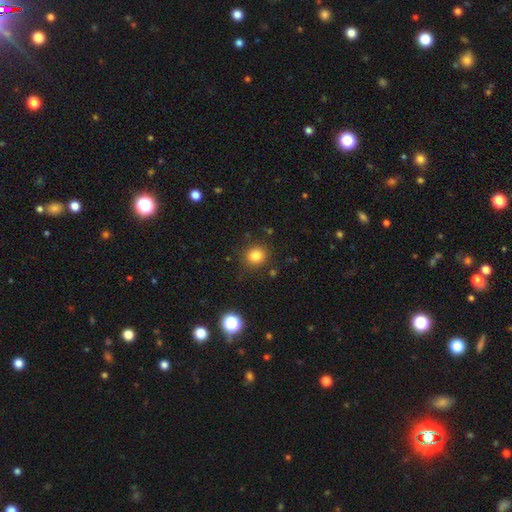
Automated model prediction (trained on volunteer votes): This is clearly a smooth galaxy (81%). How rounded: clearly round (86%). Merging: clearly none (86%).